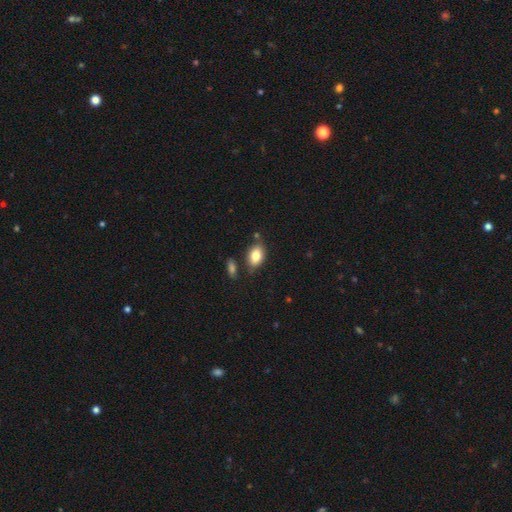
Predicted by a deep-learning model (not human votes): Smooth or featured?
  - smooth: 81% *
  - featured or disk: 11%
  - star or artifact: 8%
How rounded?
  - in between: 88% *
  - round: 10%
  - cigar-shaped: 2%
Merging?
  - none: 72% *
  - minor disturbance: 16%
  - merger: 8%
  - major disturbance: 4%